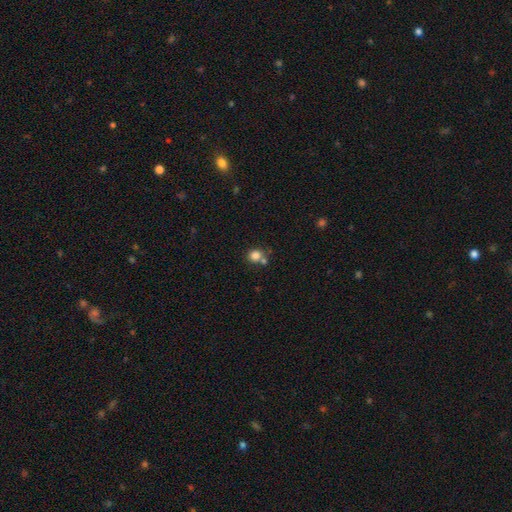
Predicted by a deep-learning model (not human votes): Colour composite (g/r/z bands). It shows a smooth galaxy with no disk features (82%) that is round (81%). Merging: none (61%).